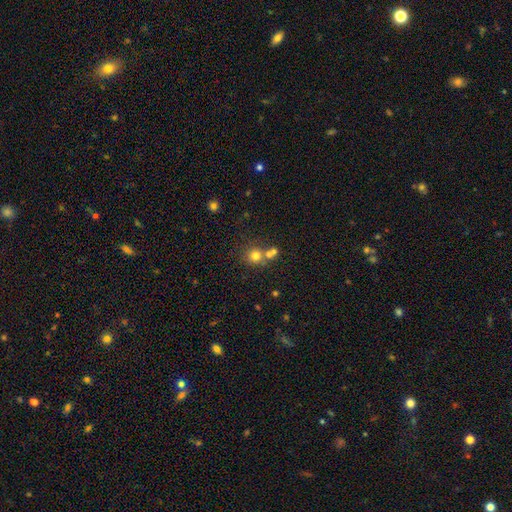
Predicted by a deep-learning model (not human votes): A smooth galaxy with no disk features (73%) that is round (87%).

Vote fractions:
- Smooth or featured? smooth: 73% / star or artifact: 16% / featured or disk: 11%
- How rounded? round: 87% / in between: 12% / cigar-shaped: 1%
- Merging? none: 56% / merger: 32% / minor disturbance: 8% / major disturbance: 4%